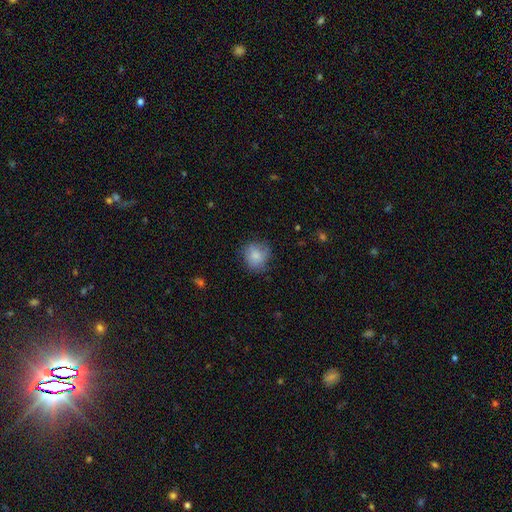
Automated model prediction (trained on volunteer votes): smooth-or-featured: smooth: 81% | featured or disk: 11% | star or artifact: 8%
  how-rounded: round: 83% | in between: 16% | cigar-shaped: 1%
  merging: none: 69% | minor disturbance: 23% | major disturbance: 7% | merger: 1%